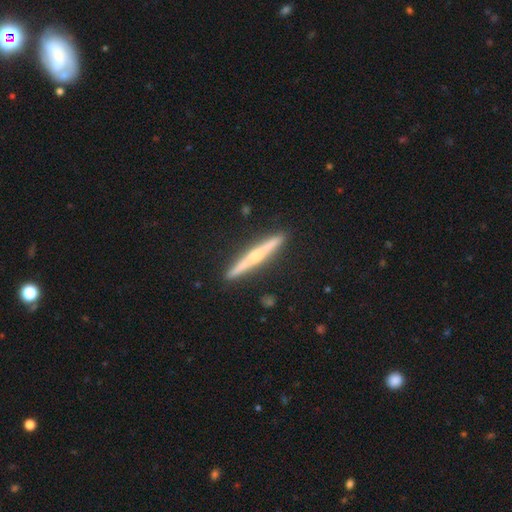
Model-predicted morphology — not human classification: featured or disk 72%, smooth 22%, star or artifact 5%. Down the decision tree: edge-on disk — yes (98%); edge-on bulge — rounded (79%); merging — none (92%).